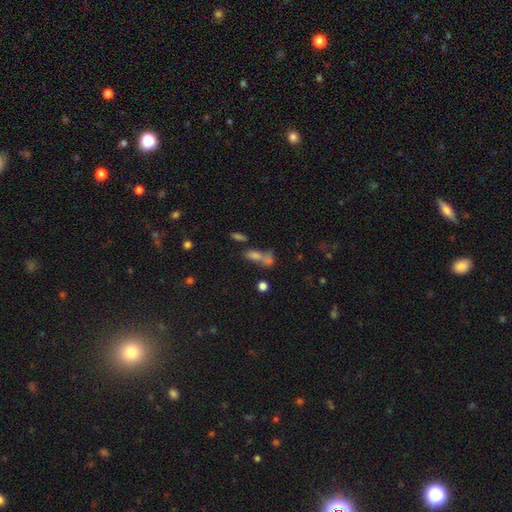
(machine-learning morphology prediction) Smooth or featured? Predicted: smooth (p=0.71). How rounded? Predicted: in between (p=0.70). Merging? Predicted: merger (p=0.49).